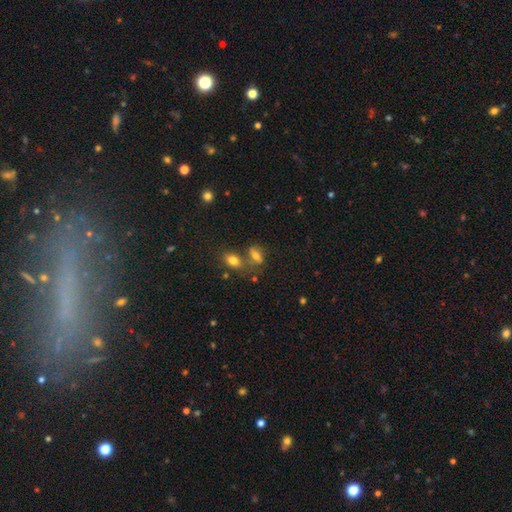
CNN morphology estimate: A smooth galaxy with no disk features (69%) that is in between round and cigar-shaped (77%). Merging: none (50%).